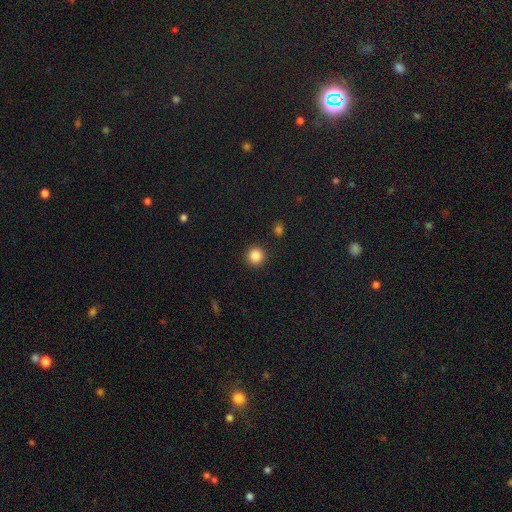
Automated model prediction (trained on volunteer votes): A smooth galaxy with no disk features (86%) that is round (94%).

Vote fractions:
- Smooth or featured? smooth: 86% / star or artifact: 10% / featured or disk: 4%
- How rounded? round: 94% / in between: 5% / cigar-shaped: 1%
- Merging? none: 92% / minor disturbance: 5% / major disturbance: 2% / merger: 2%